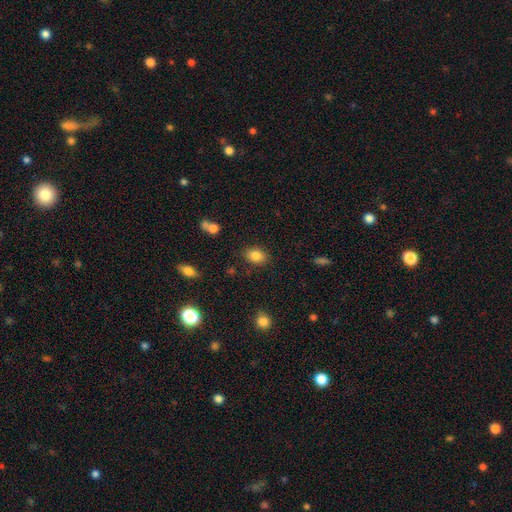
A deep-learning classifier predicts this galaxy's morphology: This appears to be a smooth galaxy with no disk features (85%) that is in between round and cigar-shaped (77%). Merging: none (84%).